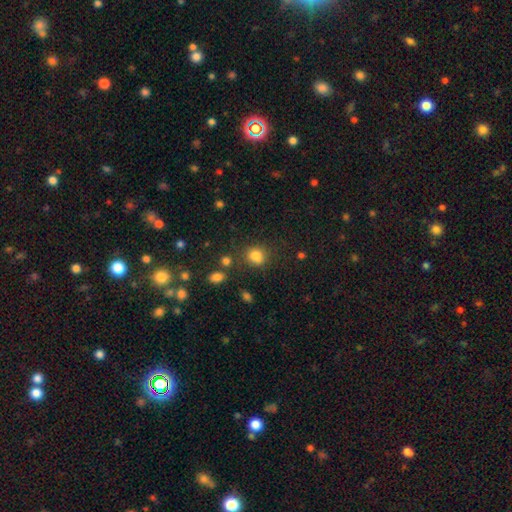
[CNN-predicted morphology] A smooth galaxy with no disk features (81%) that is round (76%). Merging: none (72%).